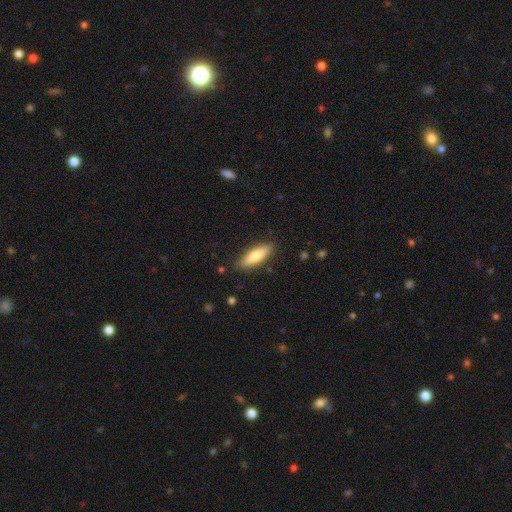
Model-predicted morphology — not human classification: A smooth galaxy with no disk features (71%) that is cigar-shaped (50%). Merging: none (87%).